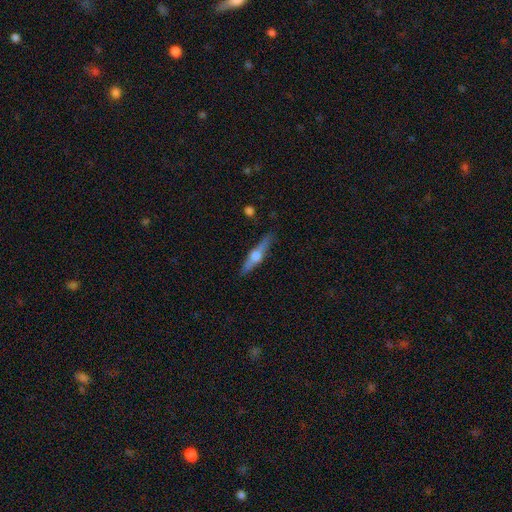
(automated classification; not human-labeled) The model was most divided on "smooth or featured": featured or disk: 69%, smooth: 25%, star or artifact: 6%. More confident: edge-on disk — yes (96%); edge-on bulge — rounded (95%); merging — none (88%).